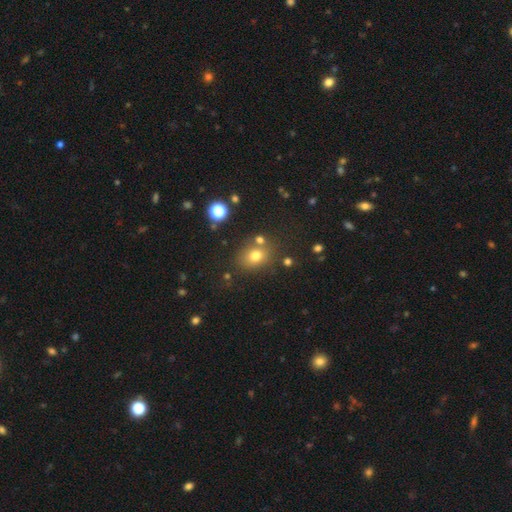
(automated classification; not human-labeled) Smooth or featured?
  - smooth: 74% *
  - star or artifact: 16%
  - featured or disk: 10%
How rounded?
  - round: 55% *
  - in between: 44%
  - cigar-shaped: 1%
Merging?
  - none: 71% *
  - minor disturbance: 12%
  - merger: 11%
  - major disturbance: 5%